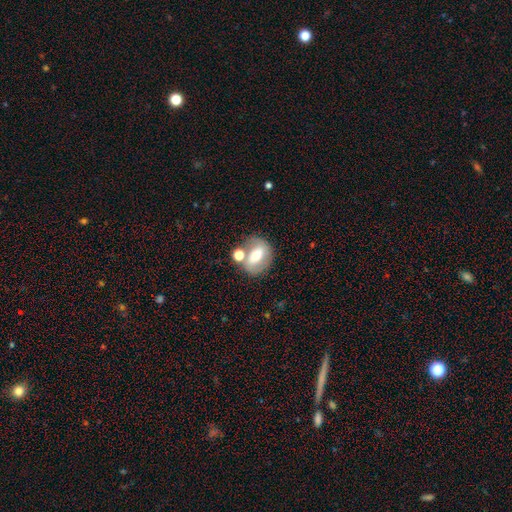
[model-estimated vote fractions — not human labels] Overall: smooth (51%; featured or disk 40%). How rounded: in between (55%; round 44%). Merging: none (54%; merger 24%).